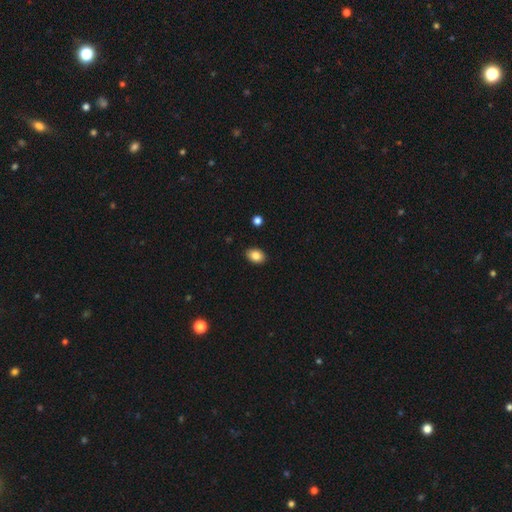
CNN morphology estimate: The model was most divided on "how rounded": in between: 78%, round: 21%, cigar-shaped: 1%. More confident: merging — none (90%); smooth or featured — smooth (85%).